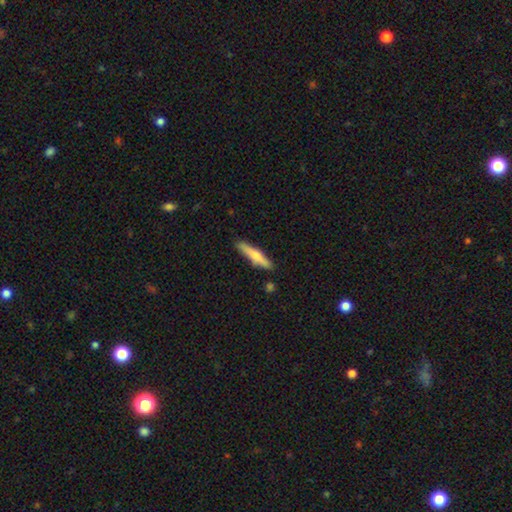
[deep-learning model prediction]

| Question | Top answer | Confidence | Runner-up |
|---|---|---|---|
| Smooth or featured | smooth | 57% | featured or disk (37%) |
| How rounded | cigar-shaped | 86% | in between (12%) |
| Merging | none | 85% | minor disturbance (10%) |